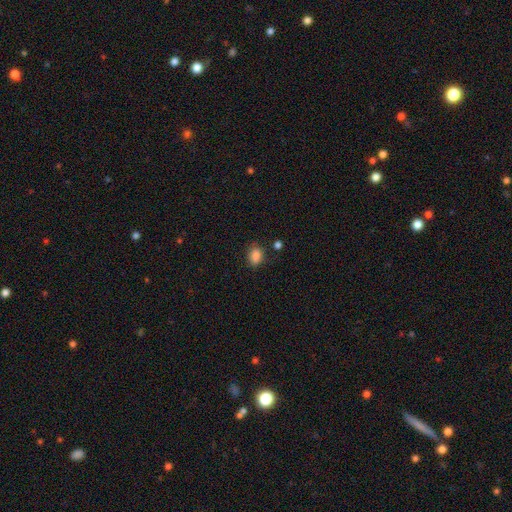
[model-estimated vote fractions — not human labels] The model was most divided on "how rounded": in between: 76%, round: 23%, cigar-shaped: 1%. More confident: smooth or featured — smooth (86%); merging — none (76%).